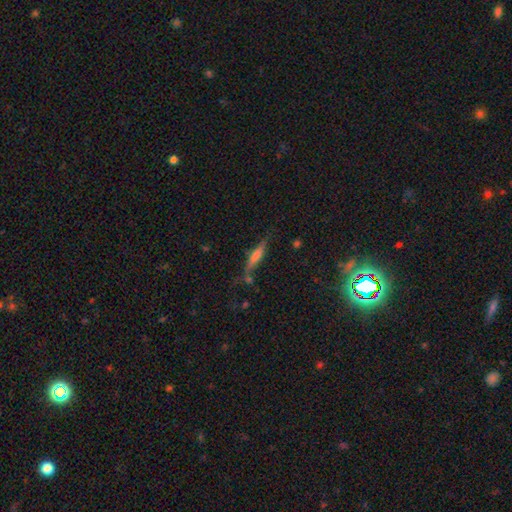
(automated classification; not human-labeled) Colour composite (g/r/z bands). It shows a featured or disk galaxy (54%) viewed edge-on (93%). Merging: none (74%).